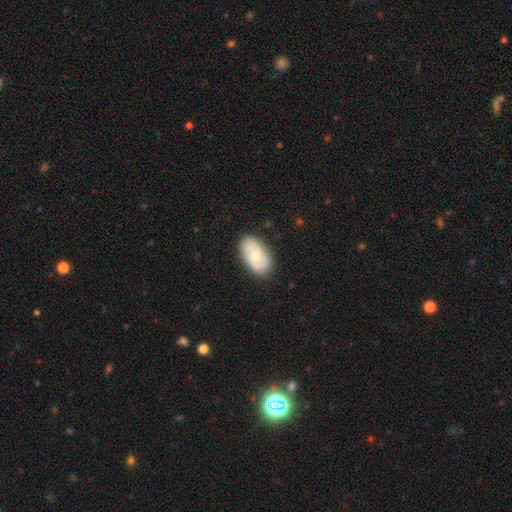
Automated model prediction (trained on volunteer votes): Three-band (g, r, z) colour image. It shows a smooth galaxy with no disk features (49%). Merging: none (80%).